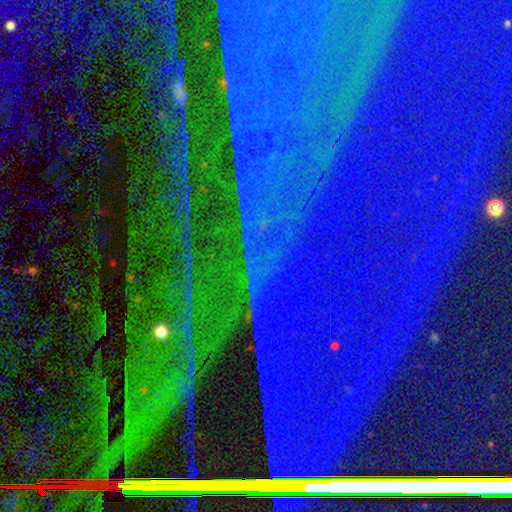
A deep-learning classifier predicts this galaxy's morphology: A star or artifact, not a galaxy (88%).